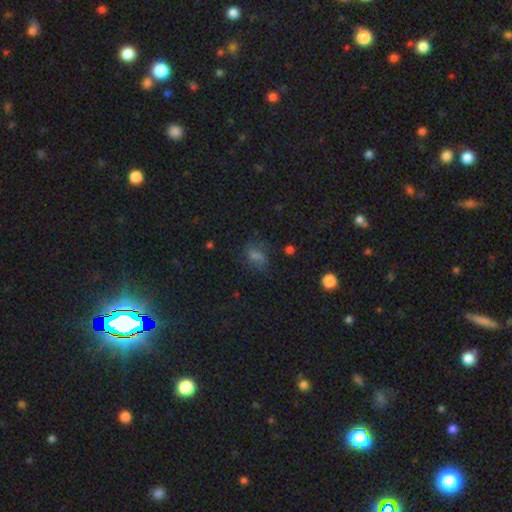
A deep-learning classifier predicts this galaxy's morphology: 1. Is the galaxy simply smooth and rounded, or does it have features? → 49% smooth, 32% star or artifact, 19% featured or disk.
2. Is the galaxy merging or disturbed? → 61% none, 22% minor disturbance, 13% major disturbance, 3% merger.